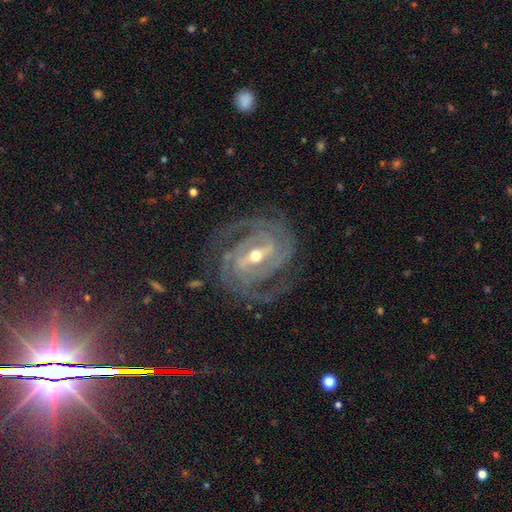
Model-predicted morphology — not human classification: A featured or disk galaxy (93%) with a strong bar (56%), 2 (46%) tight (58%) spiral arms (98%) and a moderate central bulge (60%). Merging: none (75%).